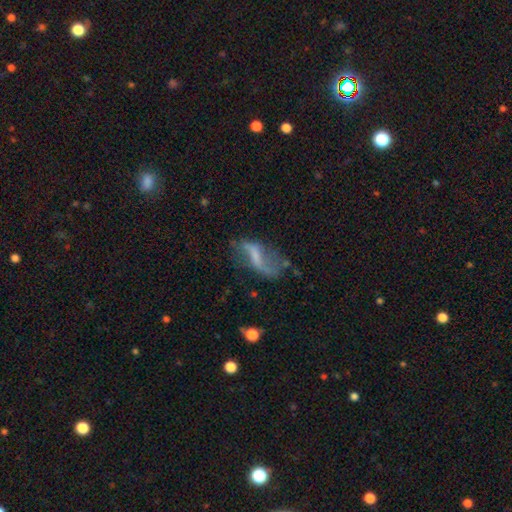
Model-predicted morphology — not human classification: Smooth or featured: featured or disk — 66% (smooth — 24%)
Edge-on disk: no — 92% (yes — 8%)
Bar: weak — 40% (strong — 33%)
Spiral arms: yes — 74% (no — 26%)
Bulge size: none — 51% (small — 28%)
Merging: none — 46% (major disturbance — 24%)